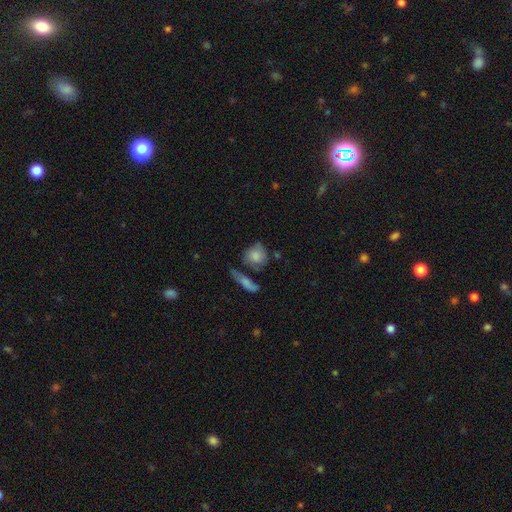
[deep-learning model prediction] Smooth or featured?
  - smooth: 75% *
  - featured or disk: 17%
  - star or artifact: 8%
How rounded?
  - round: 69% *
  - in between: 27%
  - cigar-shaped: 4%
Merging?
  - none: 51% *
  - minor disturbance: 24%
  - merger: 15%
  - major disturbance: 10%